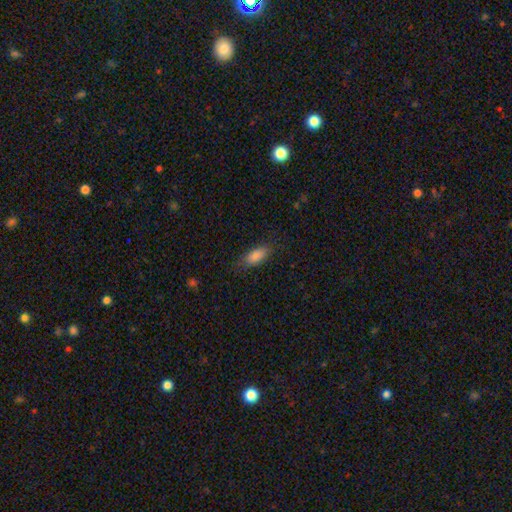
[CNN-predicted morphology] Overall: smooth (84%). How rounded: in between (79%). Merging: none (78%).